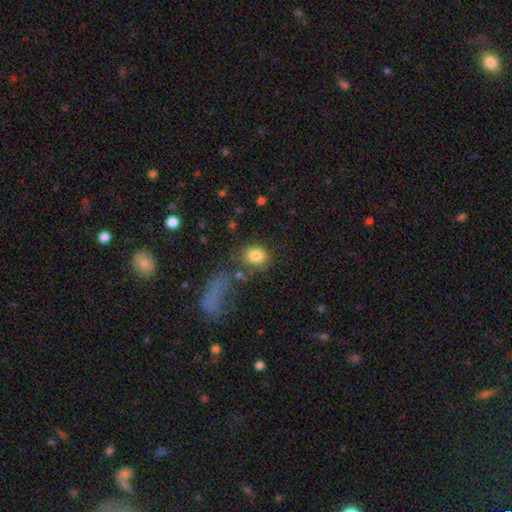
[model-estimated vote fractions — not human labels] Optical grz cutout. It shows a smooth galaxy with no disk features (83%) that is round (58%). Merging: none (62%).